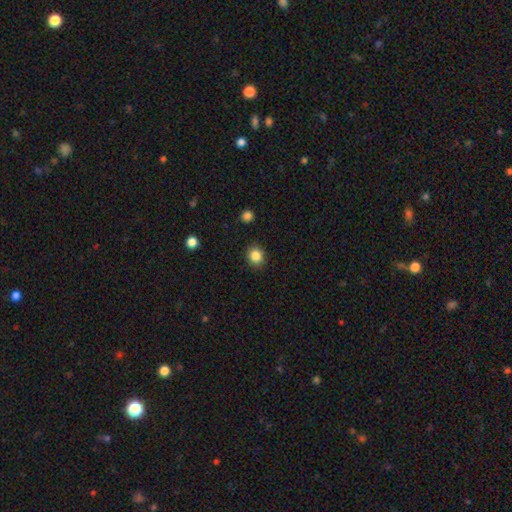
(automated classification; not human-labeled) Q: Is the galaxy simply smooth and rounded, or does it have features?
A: smooth — 85%.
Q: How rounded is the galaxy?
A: round — 77%.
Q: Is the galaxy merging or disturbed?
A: none — 90%.